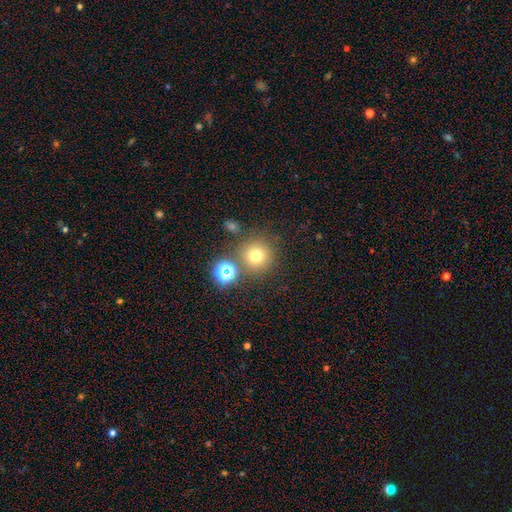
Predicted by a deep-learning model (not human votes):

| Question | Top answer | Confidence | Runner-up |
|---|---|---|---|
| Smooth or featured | smooth | 72% | star or artifact (19%) |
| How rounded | round | 94% | in between (5%) |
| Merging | none | 76% | merger (11%) |